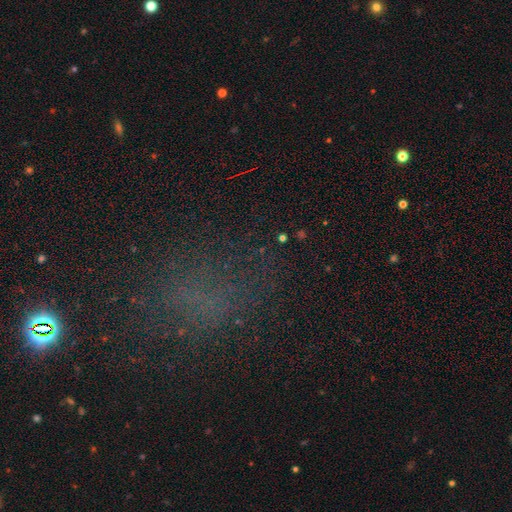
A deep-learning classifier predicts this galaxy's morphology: The model was most divided on "smooth or featured": star or artifact: 45%, smooth: 35%, featured or disk: 21%.